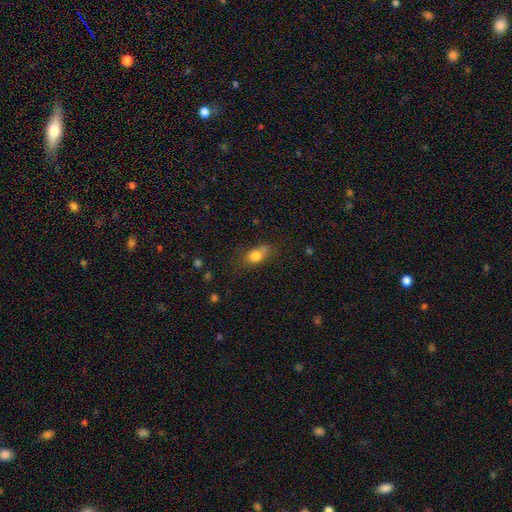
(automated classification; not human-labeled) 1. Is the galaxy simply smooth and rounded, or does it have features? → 79% smooth, 11% featured or disk, 10% star or artifact.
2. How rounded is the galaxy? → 63% in between, 32% round, 5% cigar-shaped.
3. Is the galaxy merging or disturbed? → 49% none, 26% minor disturbance, 15% merger, 10% major disturbance.